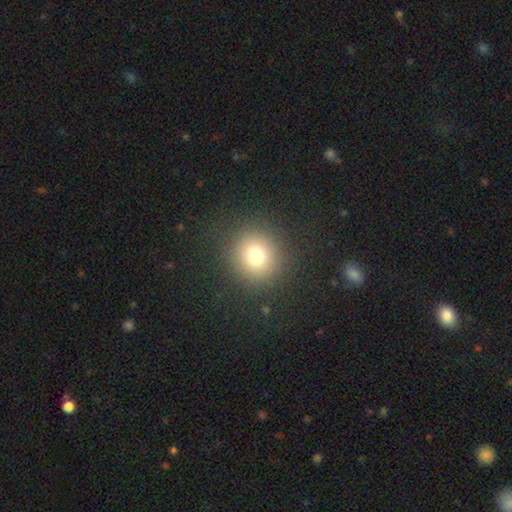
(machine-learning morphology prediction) Smooth or featured? smooth (74%)
How rounded? round (92%)
Merging? none (89%)